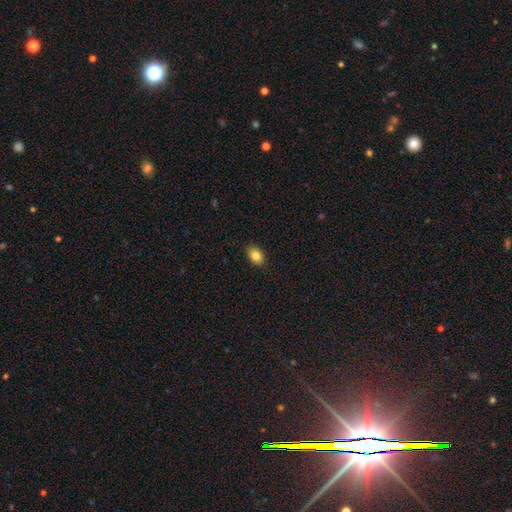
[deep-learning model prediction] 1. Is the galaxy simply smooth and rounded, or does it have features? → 84% smooth, 9% star or artifact, 7% featured or disk.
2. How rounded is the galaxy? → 82% in between, 17% round, 1% cigar-shaped.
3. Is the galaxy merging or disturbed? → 89% none, 8% minor disturbance, 2% major disturbance, 1% merger.